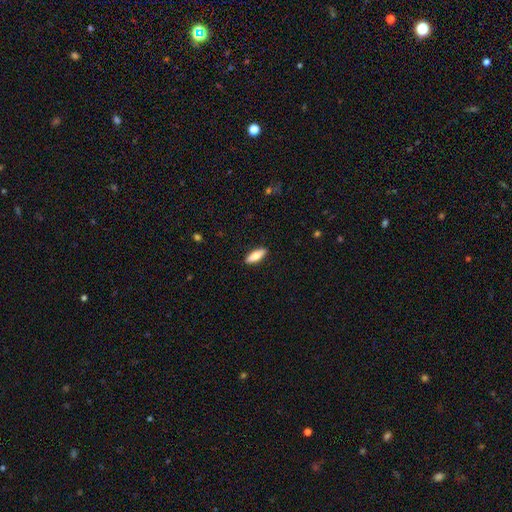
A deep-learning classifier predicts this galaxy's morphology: This is likely a smooth galaxy (71%). How rounded: possibly in between (55%). Merging: clearly none (90%).